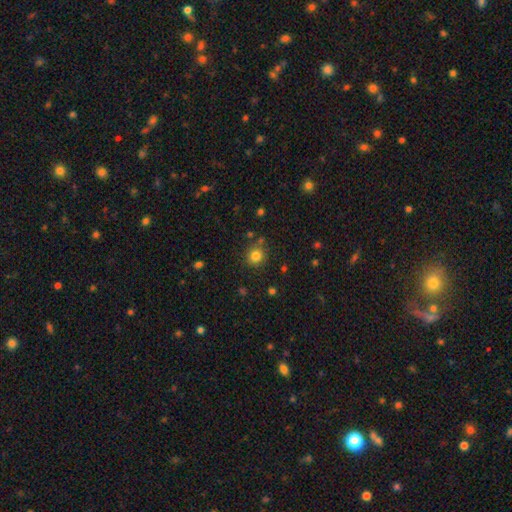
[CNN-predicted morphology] Smooth or featured: smooth — 82% (star or artifact — 13%)
How rounded: round — 84% (in between — 15%)
Merging: none — 80% (minor disturbance — 11%)